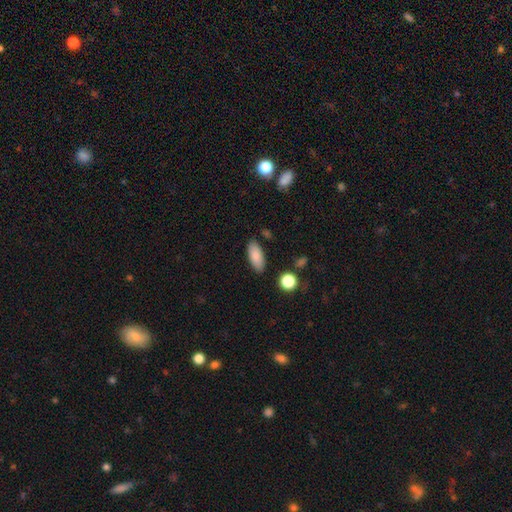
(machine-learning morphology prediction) Smooth or featured: smooth — 86% (star or artifact — 7%)
How rounded: in between — 84% (cigar-shaped — 13%)
Merging: none — 85% (minor disturbance — 10%)